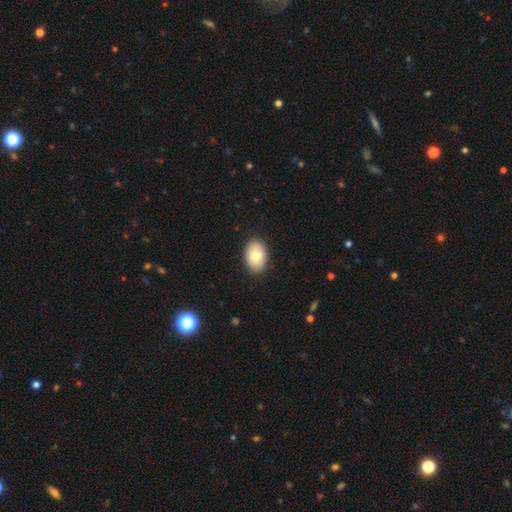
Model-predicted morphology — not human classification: type=smooth (78%); roundness=in between (86%); merging=none (89%).